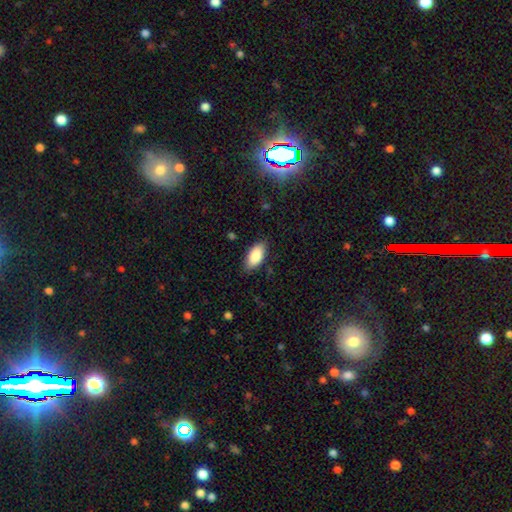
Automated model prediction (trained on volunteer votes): A smooth galaxy with no disk features (85%) that is in between round and cigar-shaped (91%). Merging: none (83%).